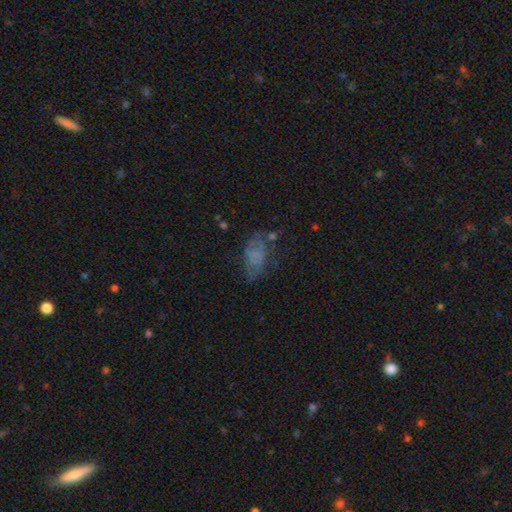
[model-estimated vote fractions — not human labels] smooth 55%, featured or disk 31%, star or artifact 15%. Down the decision tree: how rounded — in between (88%); merging — none (44%).